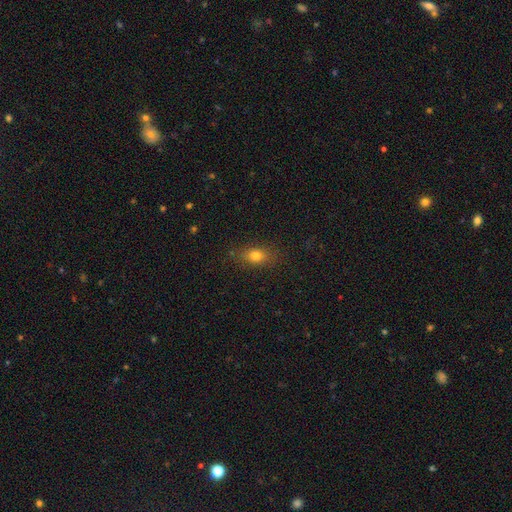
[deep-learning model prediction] This appears to be a smooth galaxy with no disk features (78%) that is in between round and cigar-shaped (73%). Merging: none (81%).